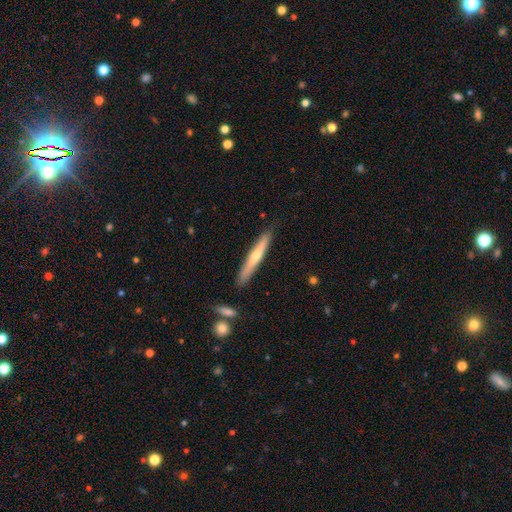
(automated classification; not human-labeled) Morphology: type=featured or disk (52%); edge-on=yes (94%); merging=none (87%).